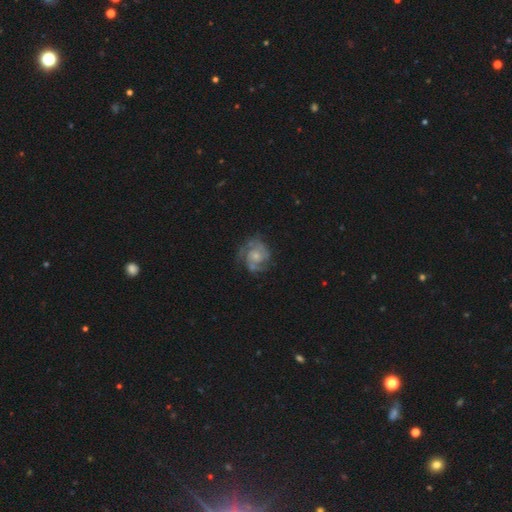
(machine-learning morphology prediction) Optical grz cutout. It shows a featured or disk galaxy (81%) with no bar (73%), 2 (49%) tight (50%) spiral arms (93%) and a small central bulge (53%). Merging: none (67%).